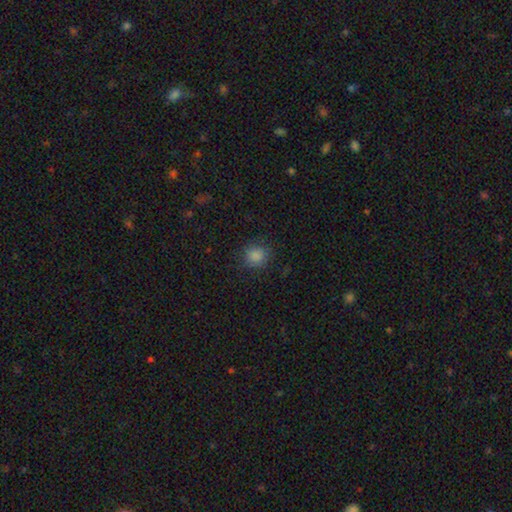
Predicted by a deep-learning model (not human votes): Smooth or featured? Predicted: smooth (p=0.85). How rounded? Predicted: round (p=0.87). Merging? Predicted: none (p=0.85).